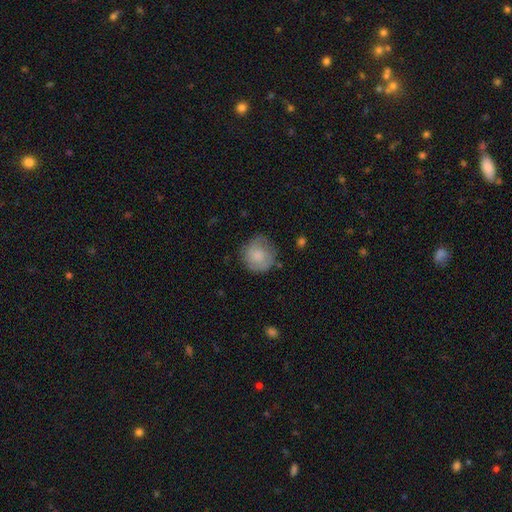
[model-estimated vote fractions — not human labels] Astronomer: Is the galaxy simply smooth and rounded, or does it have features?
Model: smooth — 64%.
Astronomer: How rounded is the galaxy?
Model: round — 89%.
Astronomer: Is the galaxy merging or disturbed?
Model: none — 70%.